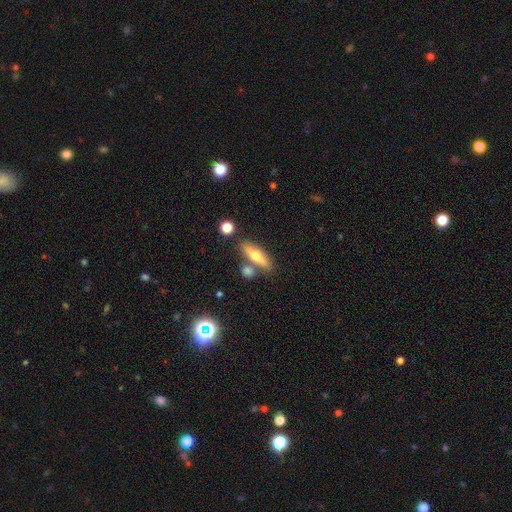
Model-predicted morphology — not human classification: Smooth or featured? featured or disk (47%)
Merging? none (70%)